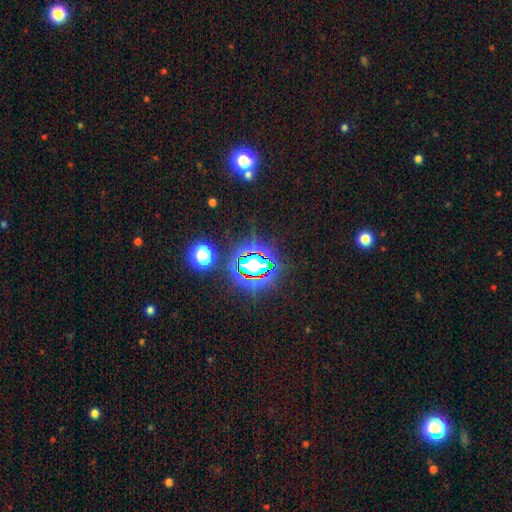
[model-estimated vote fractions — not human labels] A star or artifact, not a galaxy (79%).

Vote fractions:
- Smooth or featured? star or artifact: 79% / smooth: 13% / featured or disk: 9%